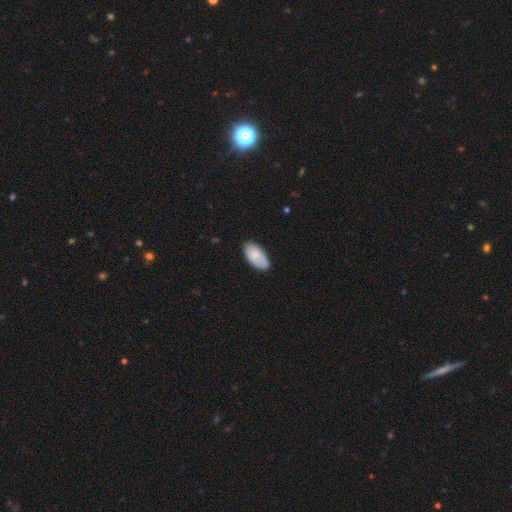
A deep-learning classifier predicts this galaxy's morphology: The model was most divided on "merging": none: 77%, minor disturbance: 19%, major disturbance: 3%, merger: 1%. More confident: how rounded — in between (95%); smooth or featured — smooth (81%).